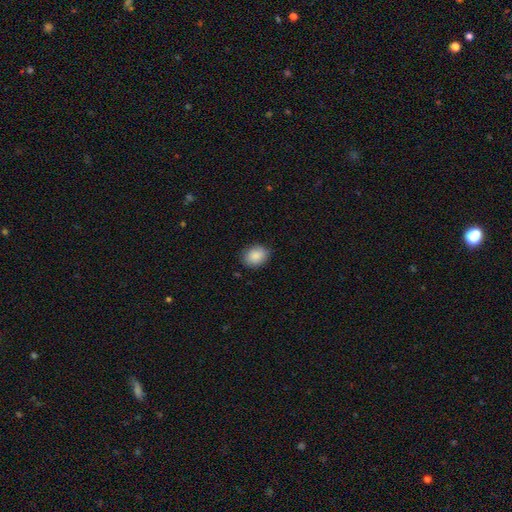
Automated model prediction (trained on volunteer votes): The model was most divided on "how rounded": in between: 56%, round: 43%, cigar-shaped: 1%. More confident: smooth or featured — smooth (88%); merging — none (85%).